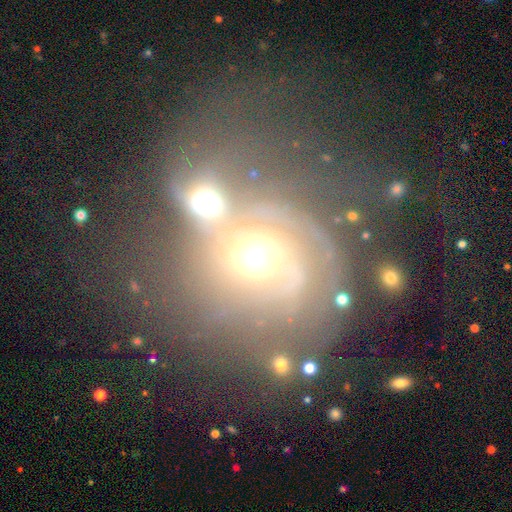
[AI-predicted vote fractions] smooth-or-featured: featured or disk: 66% | smooth: 19% | star or artifact: 15%
  disk-edge-on: no: 97% | yes: 3%
    bar: no: 73% | weak: 21% | strong: 6%
    has-spiral-arms: yes: 78% | no: 22%
    bulge-size: moderate: 59% | small: 20% | large: 14% | dominant: 4% | none: 3%
  merging: merger: 48% | none: 25% | major disturbance: 17% | minor disturbance: 10%